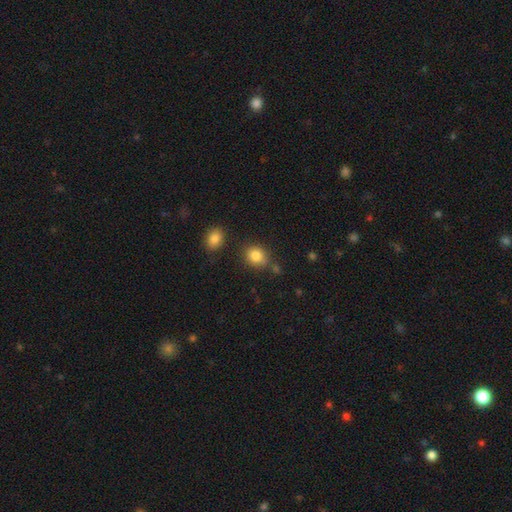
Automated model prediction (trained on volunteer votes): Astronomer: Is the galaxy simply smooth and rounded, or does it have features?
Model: smooth — 84%.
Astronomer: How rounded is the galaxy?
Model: round — 73%.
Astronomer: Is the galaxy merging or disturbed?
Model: none — 73%.